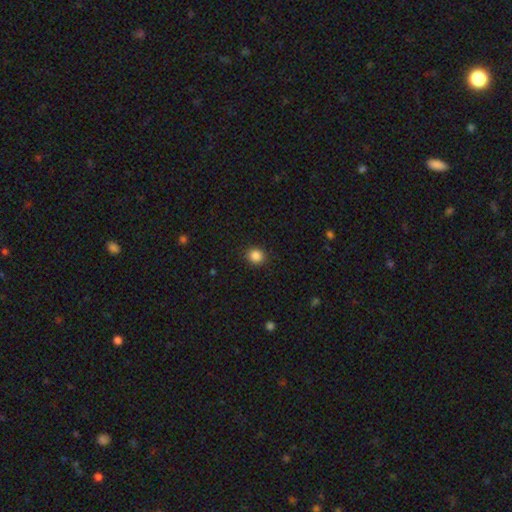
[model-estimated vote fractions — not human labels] The model was most divided on "how rounded": round: 80%, in between: 19%, cigar-shaped: 1%. More confident: merging — none (91%); smooth or featured — smooth (86%).